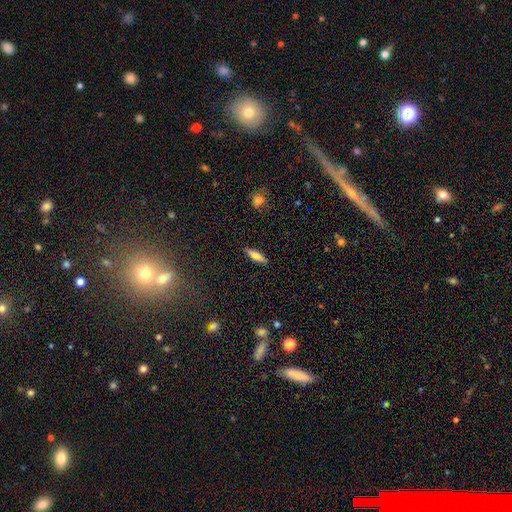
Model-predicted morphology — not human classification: smooth_or_featured: smooth (p=0.65) [alt: featured or disk p=0.25]
how_rounded: cigar-shaped (p=0.63) [alt: in between p=0.34]
merging: none (p=0.88) [alt: minor disturbance p=0.09]